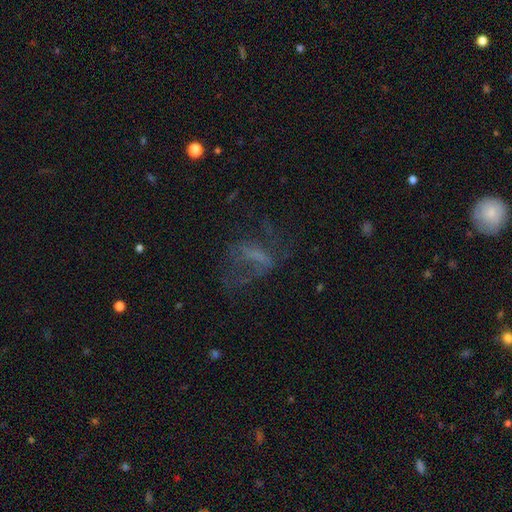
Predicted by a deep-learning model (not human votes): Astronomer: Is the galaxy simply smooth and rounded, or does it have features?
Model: featured or disk — 46% (runner-up: smooth, 32%).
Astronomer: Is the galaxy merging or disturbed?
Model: major disturbance — 42% (runner-up: none, 38%).